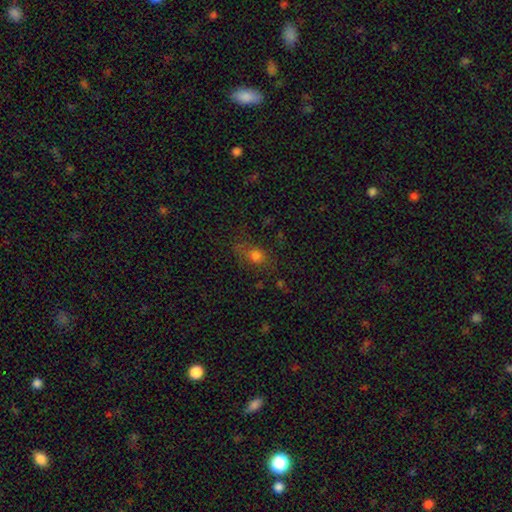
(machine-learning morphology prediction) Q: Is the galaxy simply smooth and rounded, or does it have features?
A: smooth — 69%.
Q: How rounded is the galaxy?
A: in between — 53%.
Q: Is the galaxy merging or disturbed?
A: none — 60%.